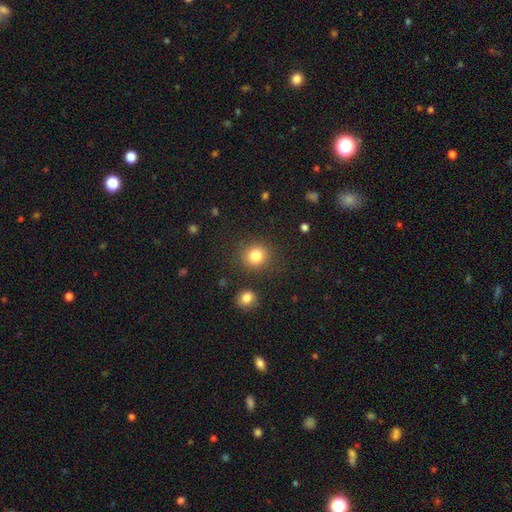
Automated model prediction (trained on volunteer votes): This appears to be a smooth galaxy with no disk features (83%) that is round (87%). Merging: none (85%).